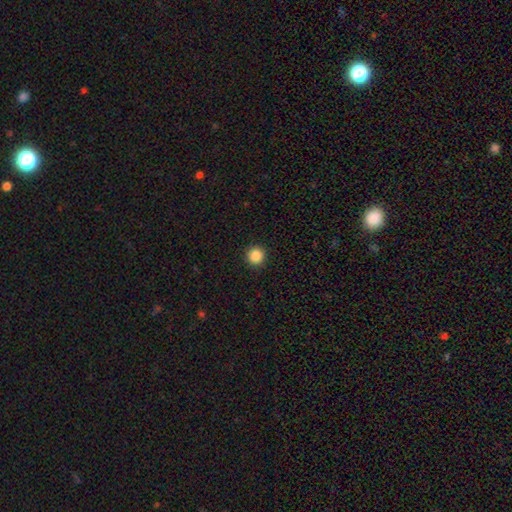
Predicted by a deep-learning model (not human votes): This is clearly a smooth galaxy (87%). How rounded: clearly round (94%). Merging: clearly none (93%).